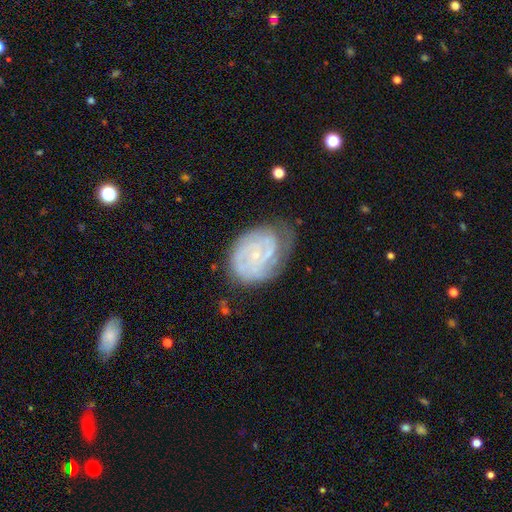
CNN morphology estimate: Smooth or featured? featured or disk (80%)
Edge-on disk? no (97%)
Bar? no (69%)
Spiral arms? yes (93%)
Spiral winding? tight (70%)
Spiral arm count? can't tell (38%)
Bulge size? small (82%)
Merging? none (57%)